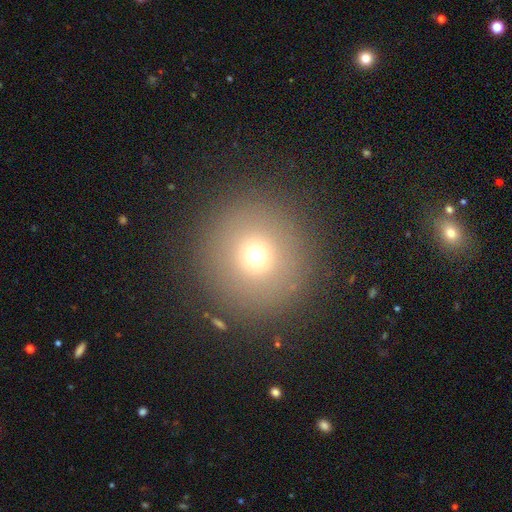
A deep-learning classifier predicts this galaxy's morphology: Overall: smooth (69%). How rounded: round (96%). Merging: none (90%).